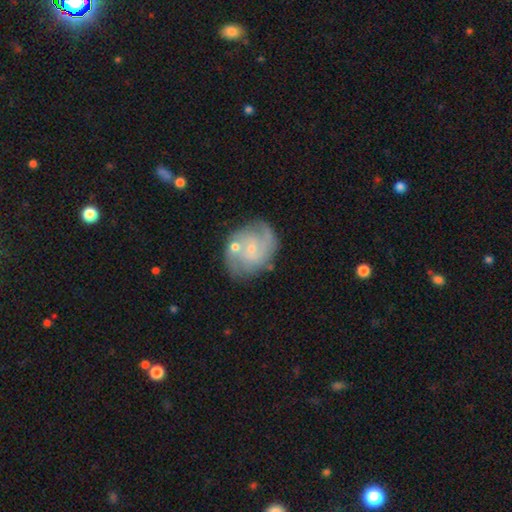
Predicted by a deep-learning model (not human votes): smooth_or_featured: featured or disk (p=0.73) [alt: smooth p=0.20]
disk_edge_on: no (p=0.98) [alt: yes p=0.02]
bar: no (p=0.64) [alt: weak p=0.31]
has_spiral_arms: yes (p=0.89) [alt: no p=0.11]
spiral_winding: tight (p=0.42) [tied with: medium p=0.42]
spiral_arm_count: 2 (p=0.44) [alt: can't tell p=0.25]
bulge_size: small (p=0.72) [alt: moderate p=0.21]
merging: none (p=0.60) [alt: minor disturbance p=0.19]